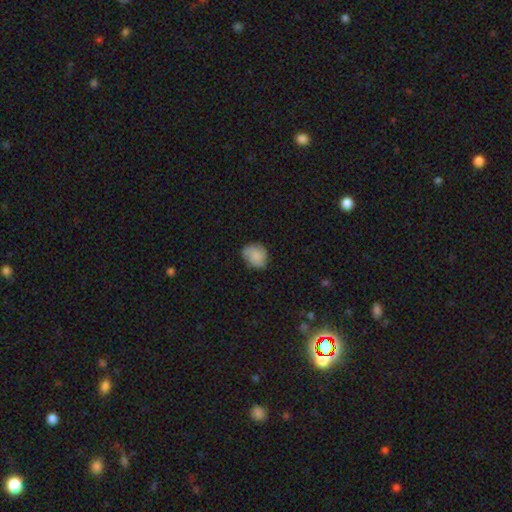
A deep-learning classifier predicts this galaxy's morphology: type=smooth (59%); roundness=round (59%); merging=none (74%).